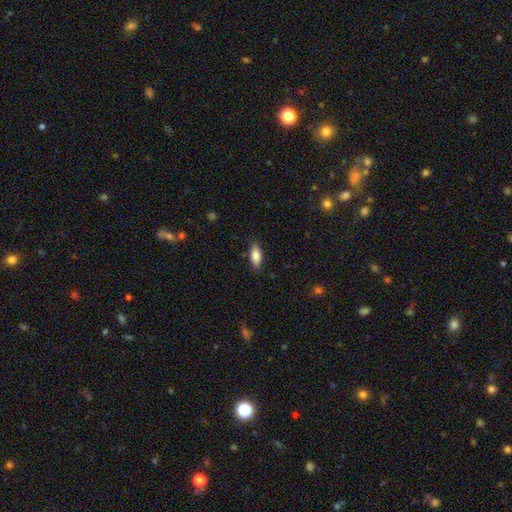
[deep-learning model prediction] Smooth or featured?
  - smooth: 83% *
  - featured or disk: 10%
  - star or artifact: 7%
How rounded?
  - in between: 77% *
  - cigar-shaped: 20%
  - round: 2%
Merging?
  - none: 84% *
  - minor disturbance: 12%
  - major disturbance: 2%
  - merger: 1%